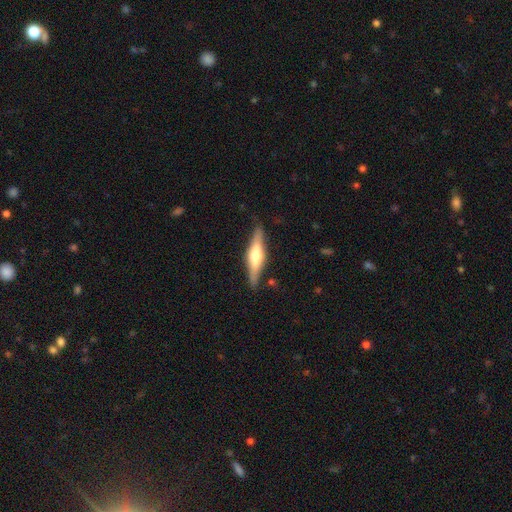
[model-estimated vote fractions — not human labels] Morphology: type=featured or disk (62%); edge-on=yes (95%); edge-on bulge=rounded (83%); merging=none (85%).